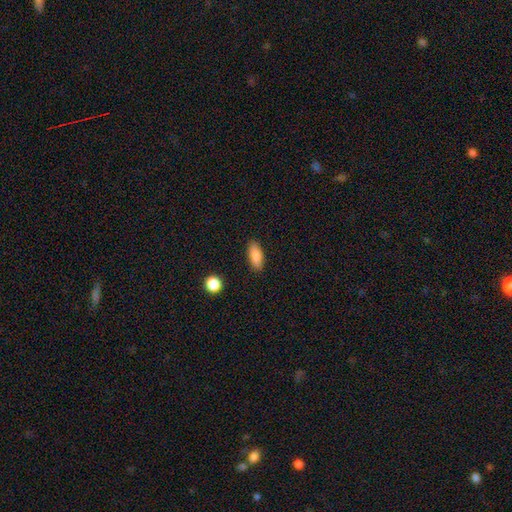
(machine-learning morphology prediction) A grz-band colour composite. It shows a smooth galaxy with no disk features (87%) that is in between round and cigar-shaped (79%). Merging: none (88%).